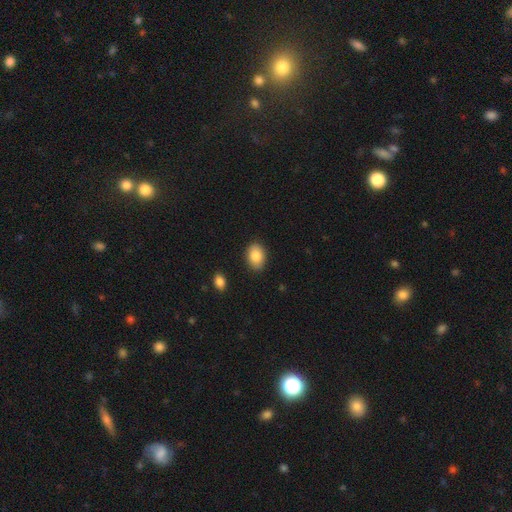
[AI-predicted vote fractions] A smooth galaxy with no disk features (87%) that is in between round and cigar-shaped (84%). Merging: none (87%).